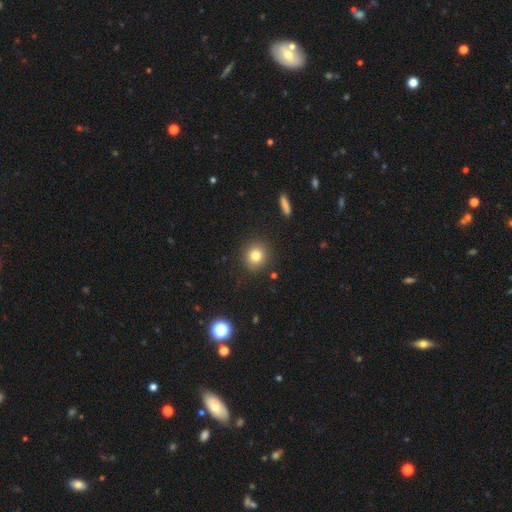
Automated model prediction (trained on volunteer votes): Overall: smooth (80%). How rounded: round (89%). Merging: none (89%).